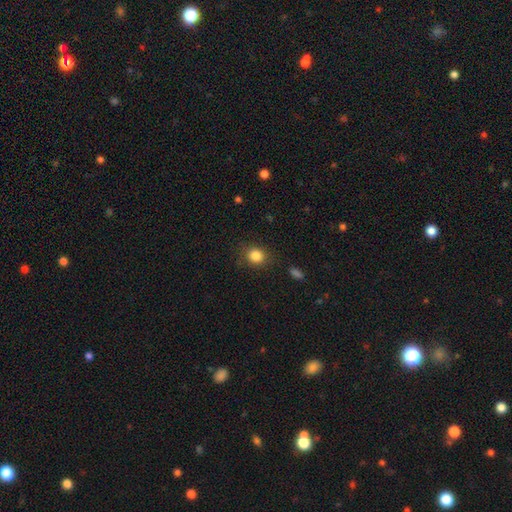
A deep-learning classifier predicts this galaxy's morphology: The model was most divided on "how rounded": round: 71%, in between: 28%, cigar-shaped: 1%. More confident: smooth or featured — smooth (84%); merging — none (82%).